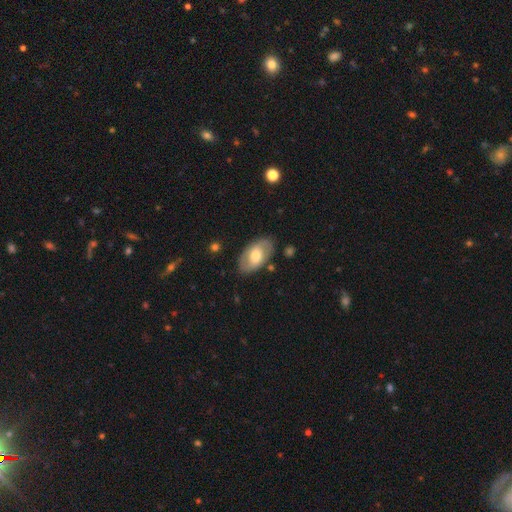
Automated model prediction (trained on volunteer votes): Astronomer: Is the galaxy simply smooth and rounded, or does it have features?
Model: featured or disk — 47%, tied with smooth at 47%.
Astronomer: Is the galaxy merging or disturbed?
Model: none — 81%.